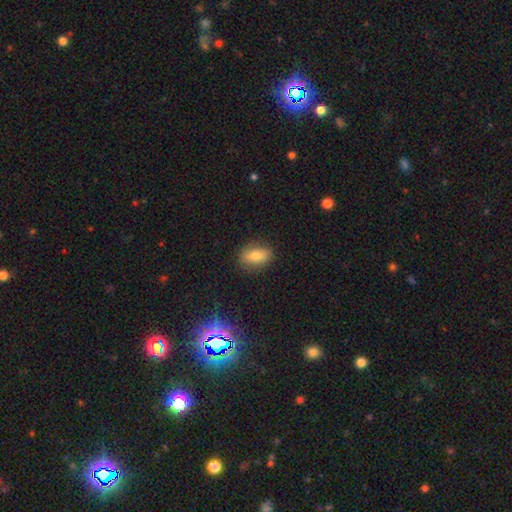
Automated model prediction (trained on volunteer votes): smooth_or_featured: smooth (p=0.73) [alt: featured or disk p=0.18]
how_rounded: in between (p=0.80) [alt: round p=0.13]
merging: none (p=0.83) [alt: minor disturbance p=0.12]